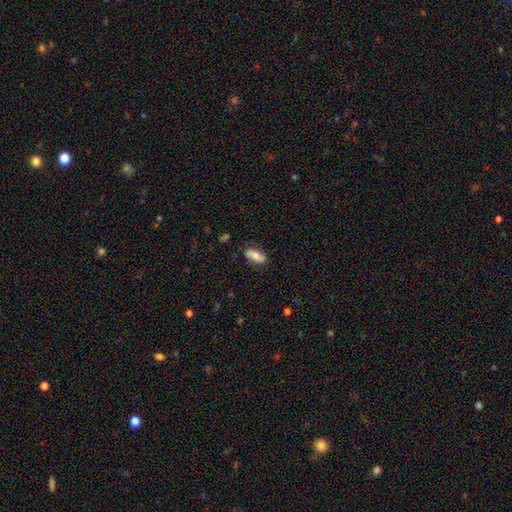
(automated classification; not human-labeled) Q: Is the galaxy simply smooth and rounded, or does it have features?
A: smooth — 60%.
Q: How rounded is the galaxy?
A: in between — 83%.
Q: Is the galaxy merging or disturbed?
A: none — 78%.